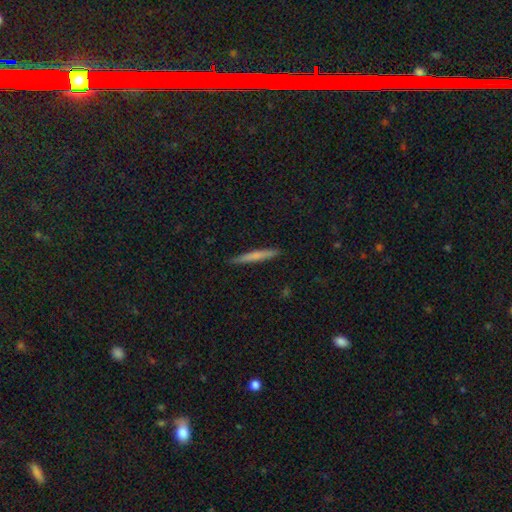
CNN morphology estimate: Smooth or featured? Predicted: smooth (p=0.66). How rounded? Predicted: cigar-shaped (p=0.96). Merging? Predicted: none (p=0.90).